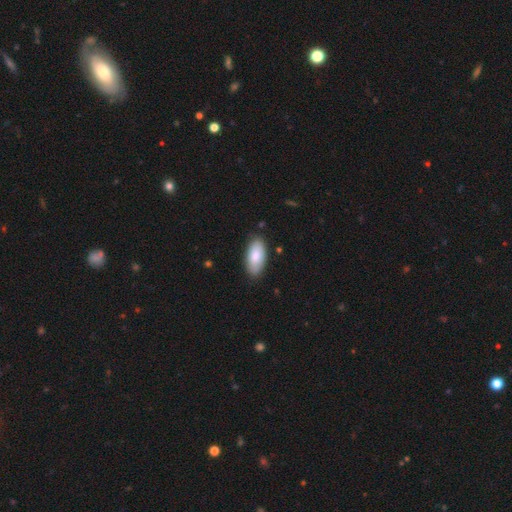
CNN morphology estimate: A smooth galaxy with no disk features (83%) that is in between round and cigar-shaped (92%).

Vote fractions:
- Smooth or featured? smooth: 83% / featured or disk: 12% / star or artifact: 5%
- How rounded? in between: 92% / cigar-shaped: 6% / round: 2%
- Merging? none: 84% / minor disturbance: 12% / major disturbance: 2% / merger: 1%